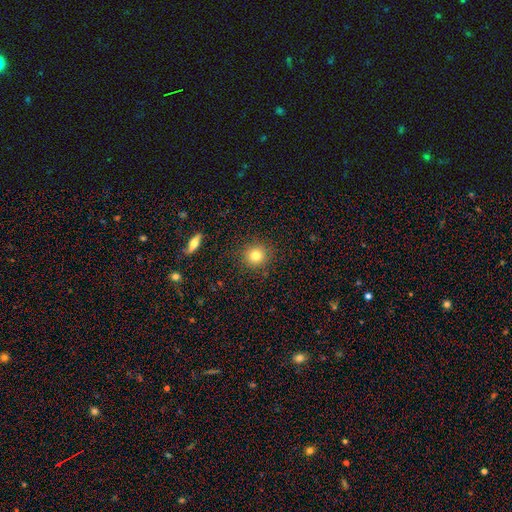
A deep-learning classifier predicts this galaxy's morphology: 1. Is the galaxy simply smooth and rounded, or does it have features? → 79% smooth, 12% star or artifact, 9% featured or disk.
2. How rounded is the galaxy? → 92% round, 7% in between, 1% cigar-shaped.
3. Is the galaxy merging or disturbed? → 89% none, 7% minor disturbance, 3% major disturbance, 2% merger.